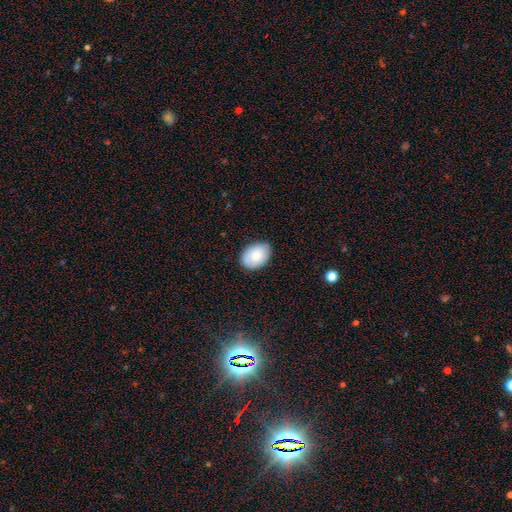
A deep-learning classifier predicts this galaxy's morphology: Smooth or featured? smooth (81%)
How rounded? in between (82%)
Merging? none (84%)